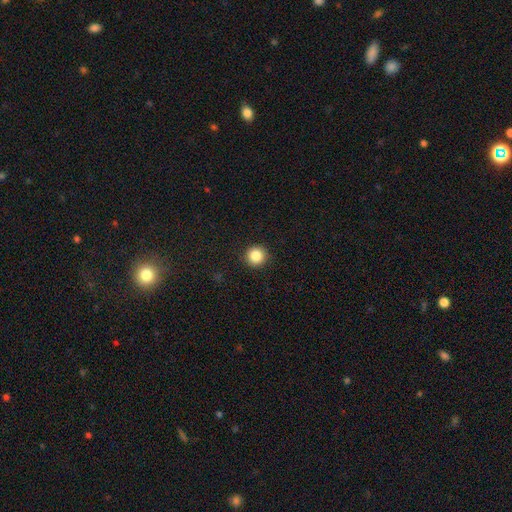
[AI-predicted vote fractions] This is clearly a smooth galaxy (86%). How rounded: clearly round (95%). Merging: clearly none (93%).